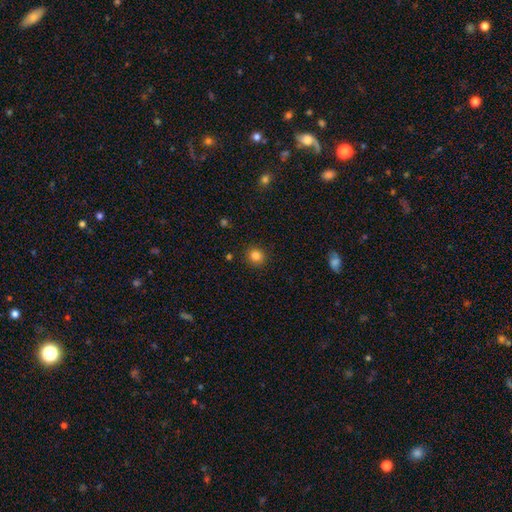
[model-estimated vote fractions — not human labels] Smooth or featured? smooth (84%)
How rounded? round (87%)
Merging? none (90%)